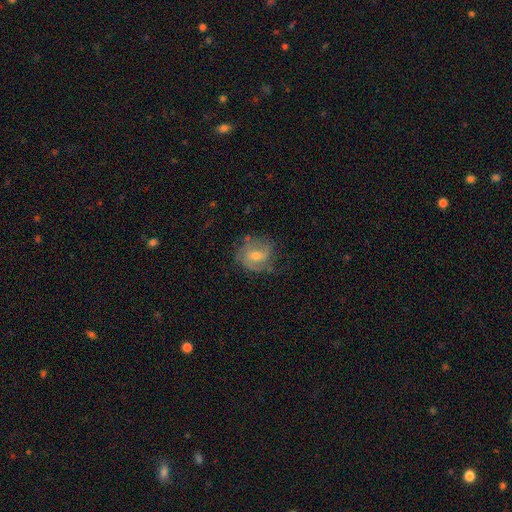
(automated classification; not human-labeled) Q: Smooth or featured?
A: featured or disk (70%); runner-up: smooth (23%)
Q: Edge-on disk?
A: no (97%); runner-up: yes (3%)
Q: Bar?
A: weak (46%); runner-up: no (44%)
Q: Spiral arms?
A: yes (88%); runner-up: no (12%)
Q: Spiral winding?
A: medium (44%); runner-up: tight (34%)
Q: Spiral arm count?
A: 2 (47%); runner-up: can't tell (24%)
Q: Bulge size?
A: moderate (55%); runner-up: small (40%)
Q: Merging?
A: none (61%); runner-up: minor disturbance (24%)